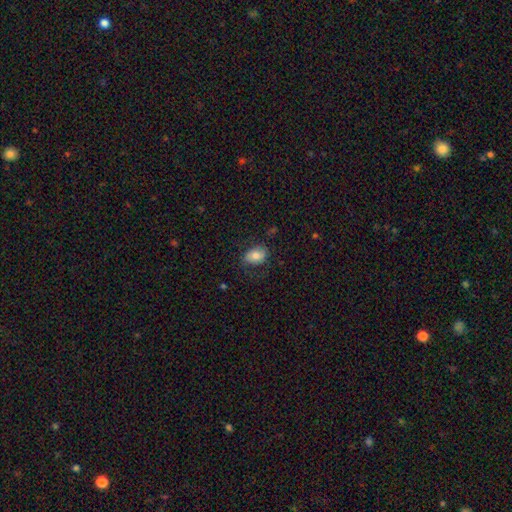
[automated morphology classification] A smooth galaxy with no disk features (74%) that is in between round and cigar-shaped (81%).

Vote fractions:
- Smooth or featured? smooth: 74% / featured or disk: 17% / star or artifact: 8%
- How rounded? in between: 81% / round: 18% / cigar-shaped: 1%
- Merging? none: 68% / minor disturbance: 21% / major disturbance: 10% / merger: 1%